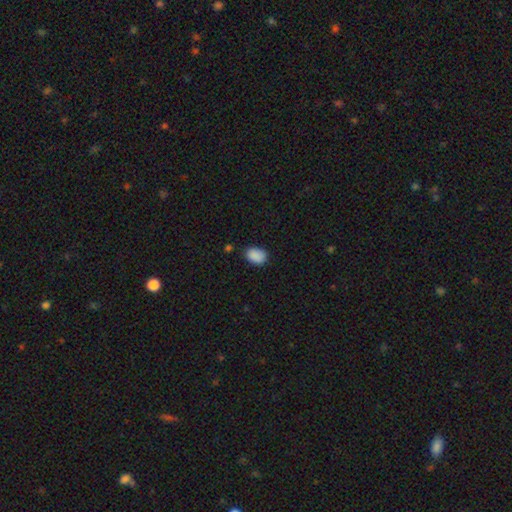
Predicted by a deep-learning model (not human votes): Overall: smooth (89%). How rounded: in between (82%). Merging: none (82%).